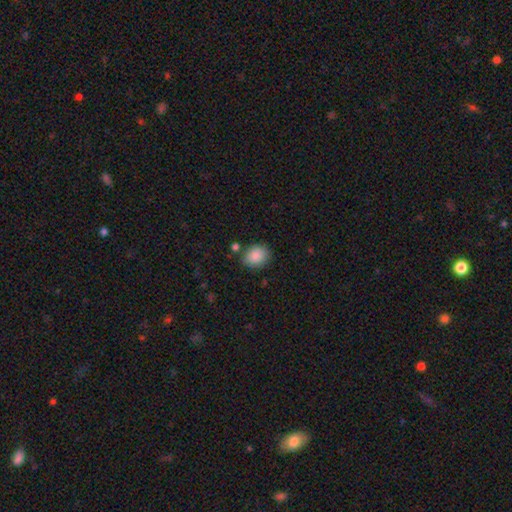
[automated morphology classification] Smooth or featured? Predicted: smooth (p=0.88). How rounded? Predicted: round (p=0.51). Merging? Predicted: none (p=0.78).